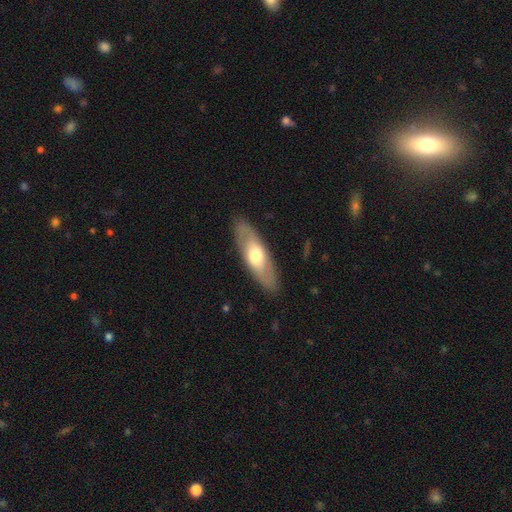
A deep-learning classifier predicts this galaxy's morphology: Overall: smooth (51%; featured or disk 45%). How rounded: in between (64%; cigar-shaped 34%). Merging: none (87%).